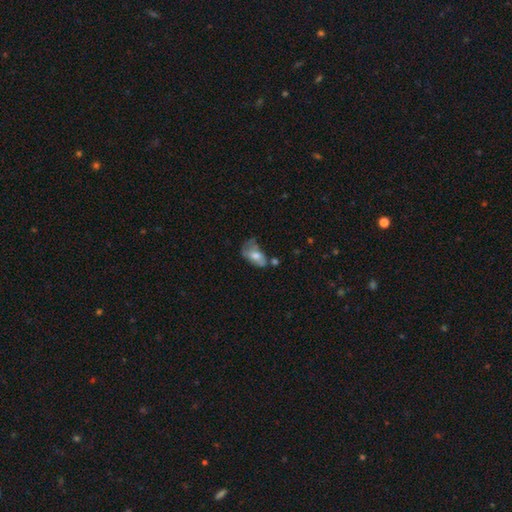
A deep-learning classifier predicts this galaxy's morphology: Q: Smooth or featured?
A: smooth (61%); runner-up: featured or disk (31%)
Q: How rounded?
A: in between (89%); runner-up: round (8%)
Q: Merging?
A: minor disturbance (32%); runner-up: major disturbance (29%)